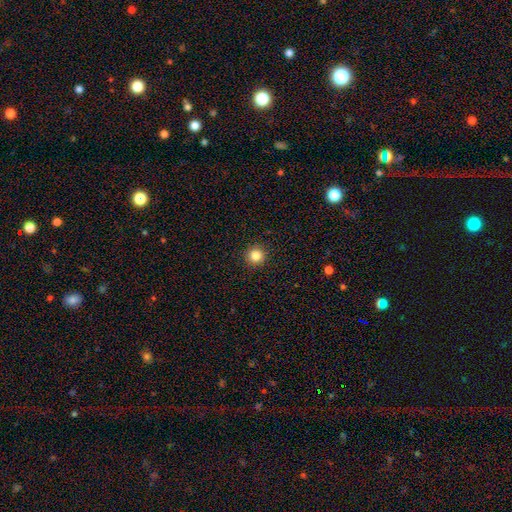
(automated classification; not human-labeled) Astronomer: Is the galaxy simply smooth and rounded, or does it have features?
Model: smooth — 84%.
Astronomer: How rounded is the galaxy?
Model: round — 95%.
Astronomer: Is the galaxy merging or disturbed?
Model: none — 93%.